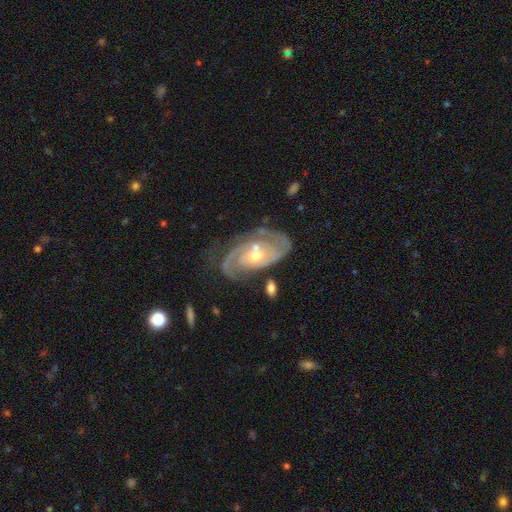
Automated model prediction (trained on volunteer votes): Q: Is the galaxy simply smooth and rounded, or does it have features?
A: featured or disk — 89%.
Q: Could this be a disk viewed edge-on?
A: no — 96%.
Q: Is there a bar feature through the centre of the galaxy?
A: no — 57%.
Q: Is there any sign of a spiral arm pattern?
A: yes — 97%.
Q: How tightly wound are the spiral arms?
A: tight — 60%.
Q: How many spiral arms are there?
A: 2 — 60%.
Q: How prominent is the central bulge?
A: moderate — 56%.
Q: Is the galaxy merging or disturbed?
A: none — 69%.